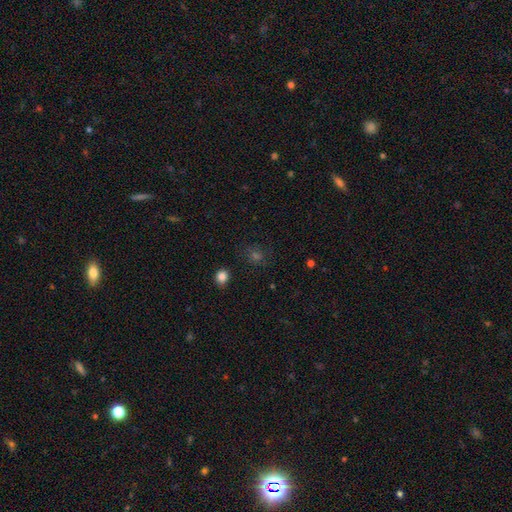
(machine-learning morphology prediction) A smooth galaxy with no disk features (55%) that is round (77%).

Vote fractions:
- Smooth or featured? smooth: 55% / star or artifact: 36% / featured or disk: 9%
- How rounded? round: 77% / in between: 22% / cigar-shaped: 1%
- Merging? none: 83% / minor disturbance: 11% / major disturbance: 5% / merger: 2%